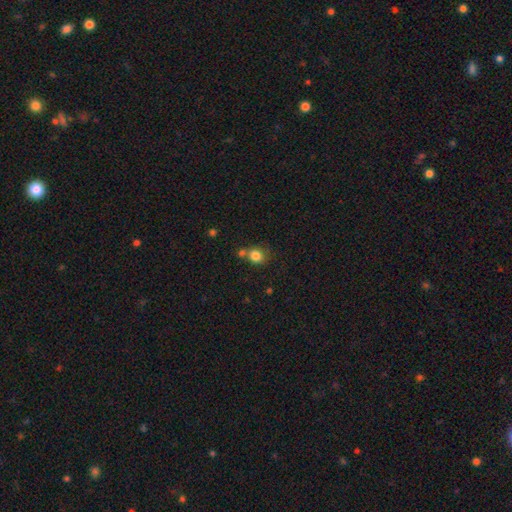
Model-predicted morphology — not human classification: A smooth galaxy with no disk features (83%) that is round (78%).

Vote fractions:
- Smooth or featured? smooth: 83% / star or artifact: 11% / featured or disk: 7%
- How rounded? round: 78% / in between: 21% / cigar-shaped: 1%
- Merging? none: 53% / merger: 29% / minor disturbance: 13% / major disturbance: 5%